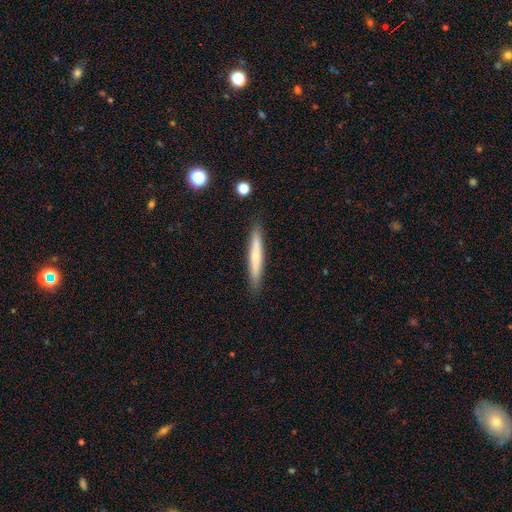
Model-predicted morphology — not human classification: Smooth or featured: smooth — 56% (featured or disk — 37%)
How rounded: cigar-shaped — 95% (in between — 3%)
Merging: none — 90% (minor disturbance — 7%)